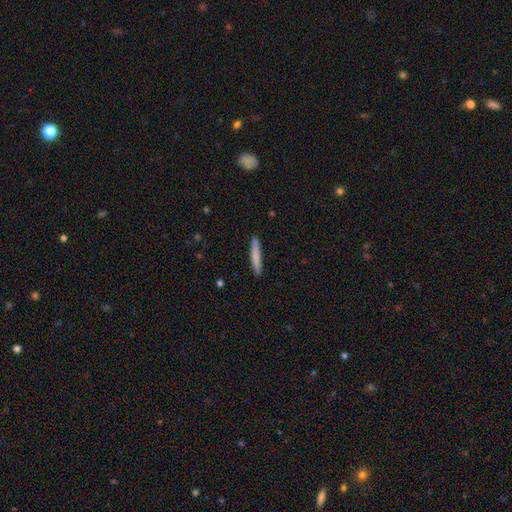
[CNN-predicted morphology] Smooth or featured? Predicted: smooth (p=0.78). How rounded? Predicted: cigar-shaped (p=0.95). Merging? Predicted: none (p=0.89).